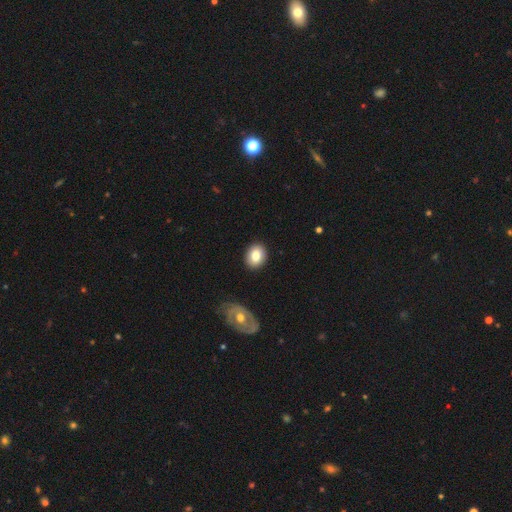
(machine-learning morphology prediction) Overall: smooth (80%). How rounded: in between (50%; round 49%). Merging: none (88%).